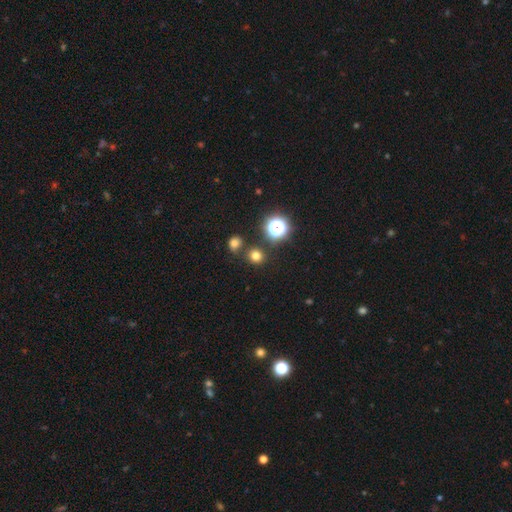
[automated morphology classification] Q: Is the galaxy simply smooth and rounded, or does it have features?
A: smooth — 72%.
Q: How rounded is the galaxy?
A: round — 87%.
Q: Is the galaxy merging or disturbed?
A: none — 79%.